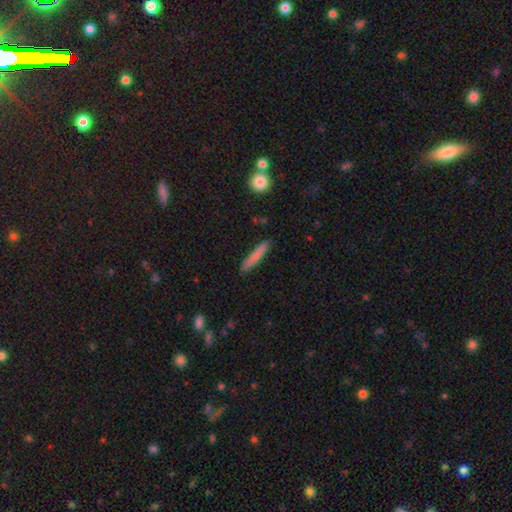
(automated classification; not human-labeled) A smooth galaxy with no disk features (79%) that is cigar-shaped (93%).

Vote fractions:
- Smooth or featured? smooth: 79% / featured or disk: 15% / star or artifact: 6%
- How rounded? cigar-shaped: 93% / in between: 6% / round: 1%
- Merging? none: 86% / minor disturbance: 10% / major disturbance: 2% / merger: 2%